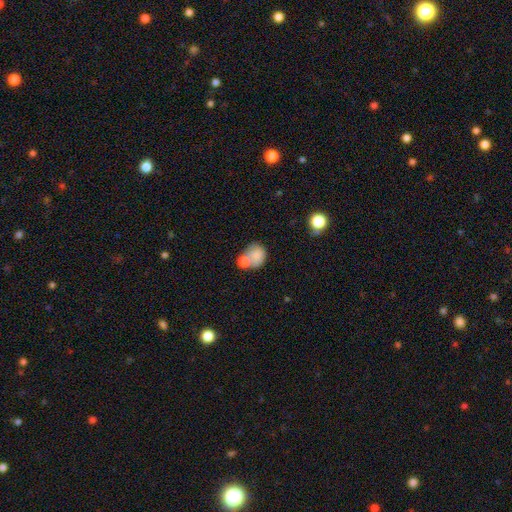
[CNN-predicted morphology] type=smooth (76%); roundness=round (59%); merging=merger (38%).